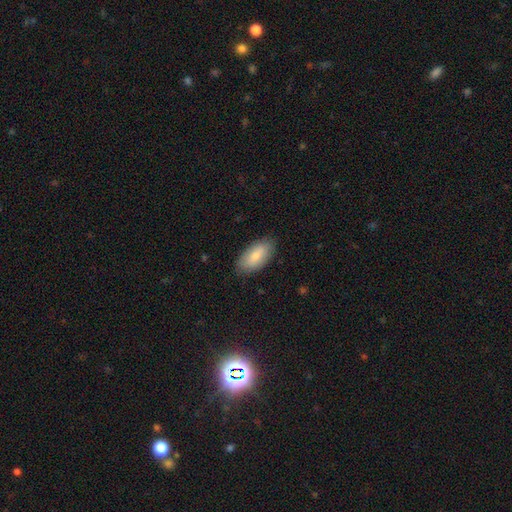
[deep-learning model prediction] Smooth or featured?
  - smooth: 79% *
  - featured or disk: 15%
  - star or artifact: 6%
How rounded?
  - in between: 92% *
  - cigar-shaped: 6%
  - round: 2%
Merging?
  - none: 84% *
  - minor disturbance: 12%
  - major disturbance: 3%
  - merger: 1%